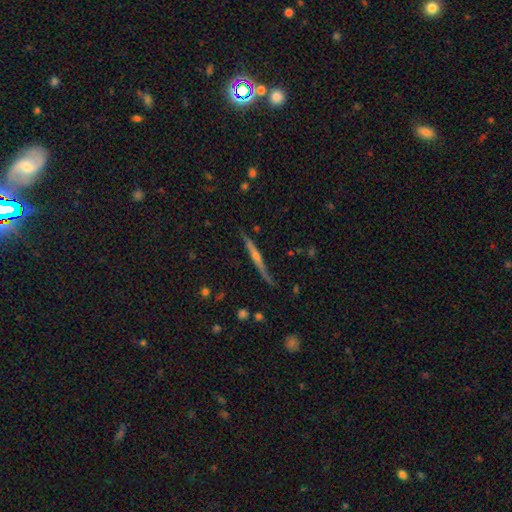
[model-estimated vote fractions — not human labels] Morphology: type=featured or disk (79%); edge-on=yes (98%); edge-on bulge=rounded (80%); merging=none (87%).